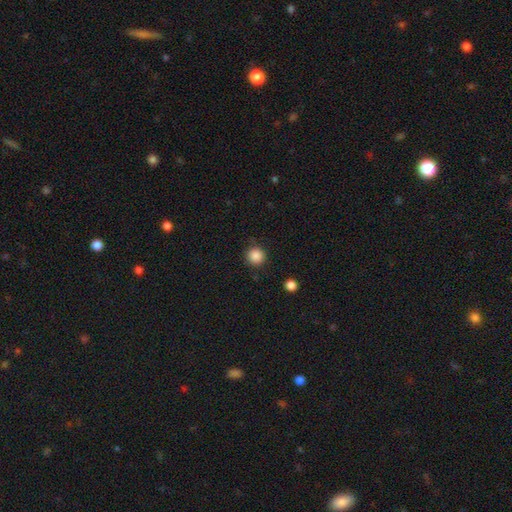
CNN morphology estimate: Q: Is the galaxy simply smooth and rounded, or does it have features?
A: smooth — 87%.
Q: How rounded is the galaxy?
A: round — 95%.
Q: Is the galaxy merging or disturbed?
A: none — 89%.